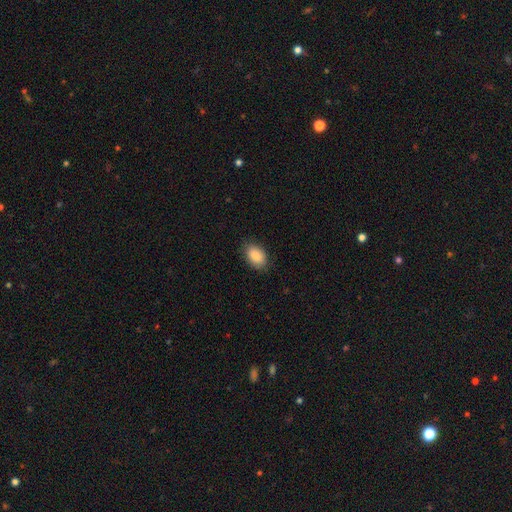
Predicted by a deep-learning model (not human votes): smooth 87%, star or artifact 7%, featured or disk 6%. Down the decision tree: how rounded — in between (87%); merging — none (84%).